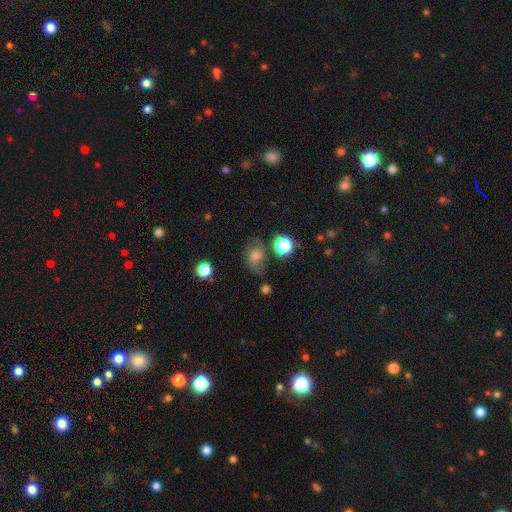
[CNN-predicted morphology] A smooth galaxy with no disk features (56%) that is in between round and cigar-shaped (61%).

Vote fractions:
- Smooth or featured? smooth: 56% / featured or disk: 29% / star or artifact: 16%
- How rounded? in between: 61% / round: 37% / cigar-shaped: 2%
- Merging? none: 51% / minor disturbance: 27% / major disturbance: 17% / merger: 6%